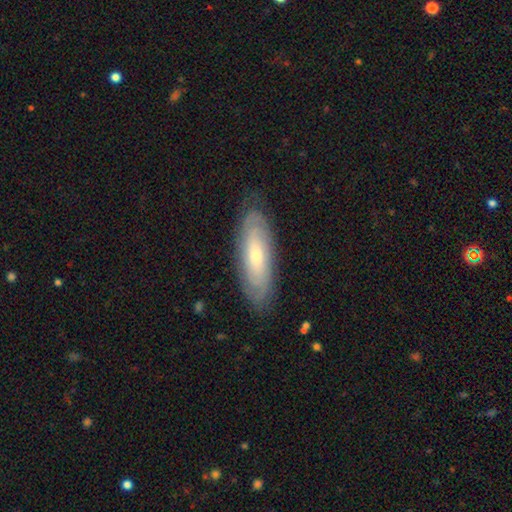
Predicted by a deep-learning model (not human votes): Smooth or featured? featured or disk (63%)
Edge-on disk? no (79%)
Bar? no (65%)
Spiral arms? yes (84%)
Bulge size? small (47%)
Merging? none (81%)